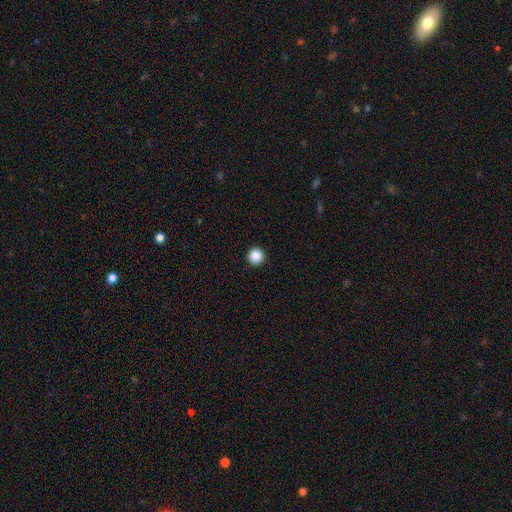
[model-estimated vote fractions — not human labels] A smooth galaxy with no disk features (87%) that is round (97%). Merging: none (94%).